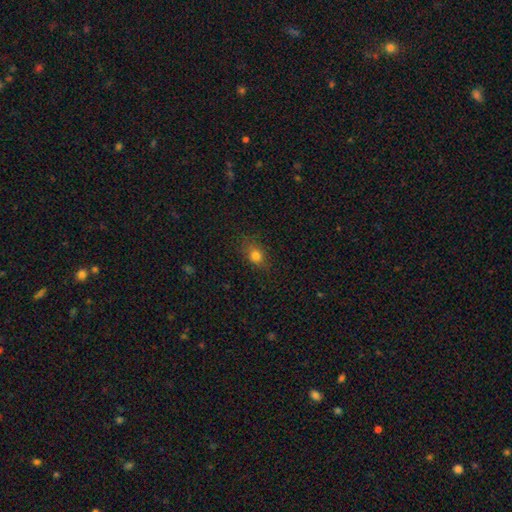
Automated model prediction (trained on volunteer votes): smooth-or-featured: smooth: 79% | star or artifact: 13% | featured or disk: 8%
  how-rounded: in between: 54% | round: 43% | cigar-shaped: 3%
  merging: none: 80% | minor disturbance: 15% | major disturbance: 4% | merger: 1%